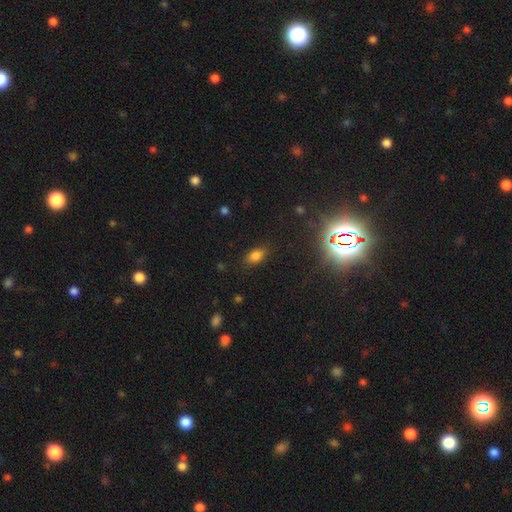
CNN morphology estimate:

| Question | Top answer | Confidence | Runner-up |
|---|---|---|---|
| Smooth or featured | smooth | 78% | star or artifact (15%) |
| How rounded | in between | 86% | round (11%) |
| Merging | none | 82% | minor disturbance (13%) |